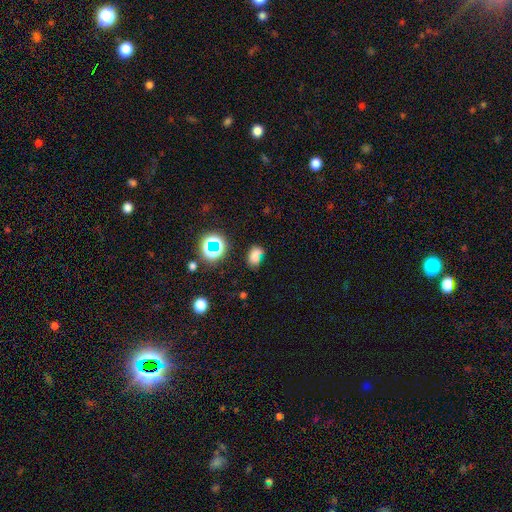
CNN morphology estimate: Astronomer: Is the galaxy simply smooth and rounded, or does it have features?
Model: smooth — 72%.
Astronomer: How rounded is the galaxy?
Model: in between — 77%.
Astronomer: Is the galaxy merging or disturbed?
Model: none — 63%.